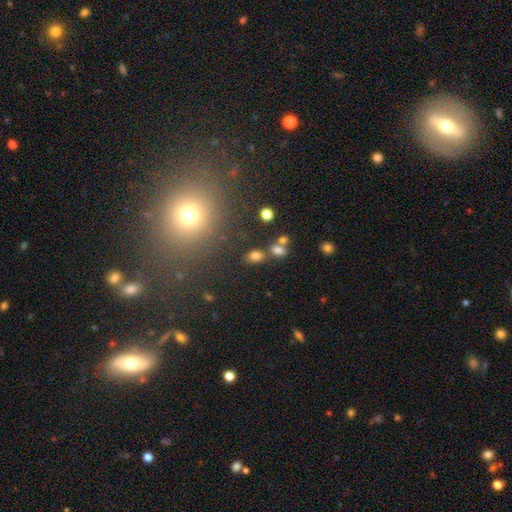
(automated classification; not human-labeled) smooth-or-featured: smooth: 76% | star or artifact: 15% | featured or disk: 9%
  how-rounded: in between: 80% | round: 17% | cigar-shaped: 2%
  merging: none: 63% | merger: 21% | minor disturbance: 12% | major disturbance: 4%